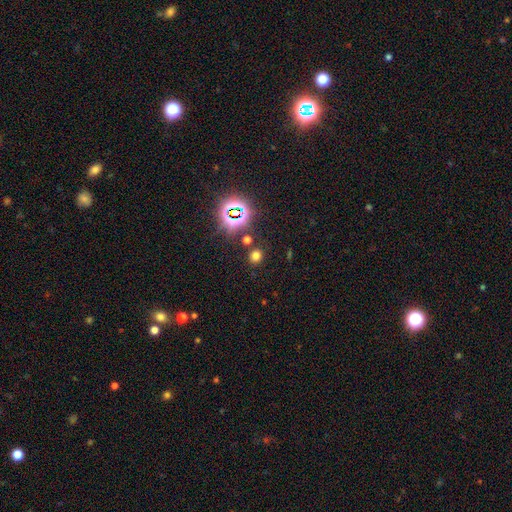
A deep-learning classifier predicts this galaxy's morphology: Overall: smooth (65%; star or artifact 29%). How rounded: round (76%). Merging: none (83%).